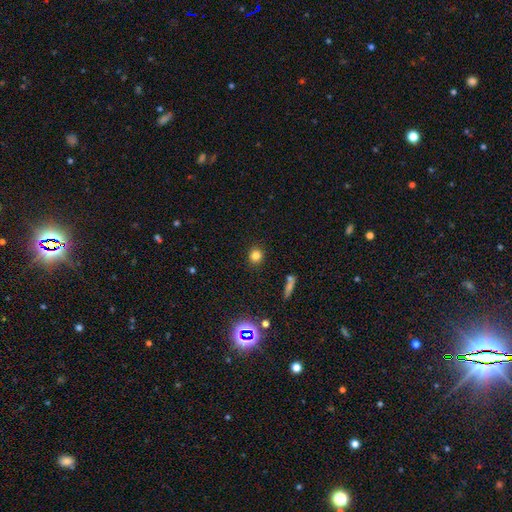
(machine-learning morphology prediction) Smooth or featured: smooth — 79% (star or artifact — 15%)
How rounded: round — 87% (in between — 12%)
Merging: none — 88% (minor disturbance — 7%)